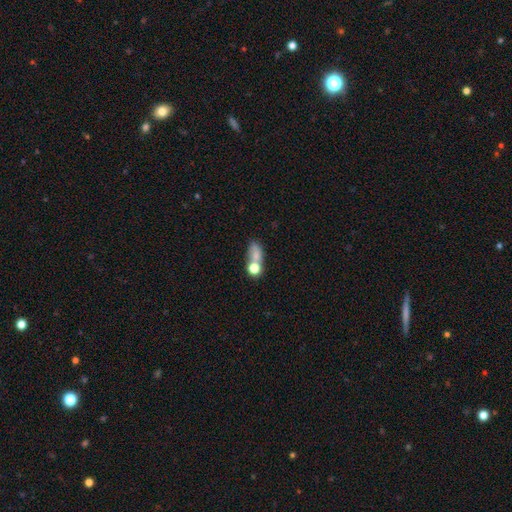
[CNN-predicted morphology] The model was most divided on "merging": merger: 45%, none: 29%, major disturbance: 14%, minor disturbance: 13%. More confident: smooth or featured — smooth (67%); how rounded — in between (56%).